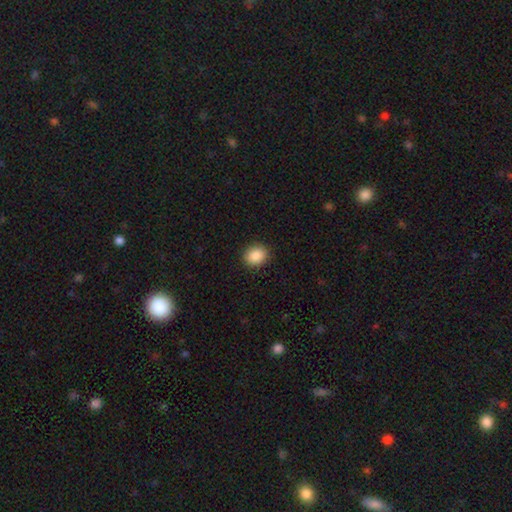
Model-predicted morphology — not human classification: A smooth galaxy with no disk features (89%) that is round (56%).

Vote fractions:
- Smooth or featured? smooth: 89% / star or artifact: 8% / featured or disk: 3%
- How rounded? round: 56% / in between: 43% / cigar-shaped: 1%
- Merging? none: 90% / minor disturbance: 7% / major disturbance: 2% / merger: 1%